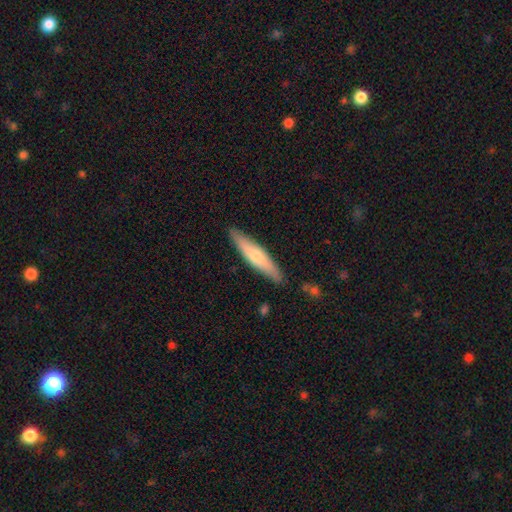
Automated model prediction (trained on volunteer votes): This appears to be a smooth galaxy with no disk features (59%) that is cigar-shaped (85%). Merging: none (88%).